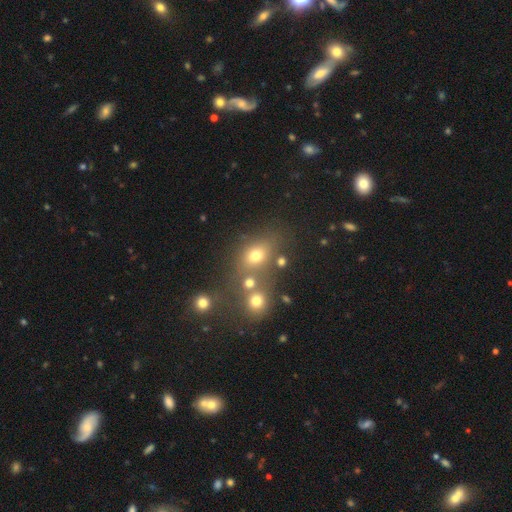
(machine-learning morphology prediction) Smooth or featured: smooth — 68% (star or artifact — 20%)
How rounded: round — 53% (in between — 45%)
Merging: none — 54% (merger — 28%)